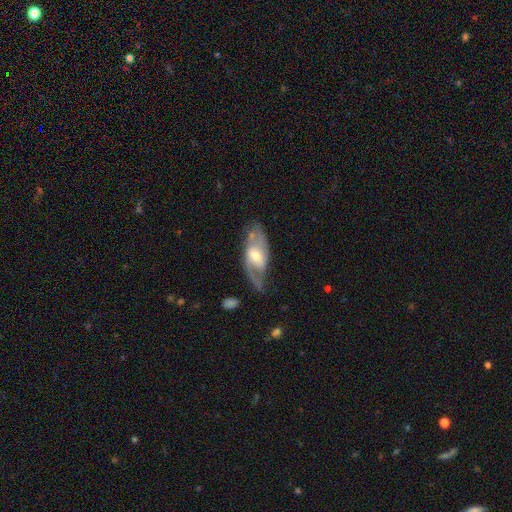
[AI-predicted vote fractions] Smooth or featured: featured or disk — 77% (smooth — 18%)
Edge-on disk: no — 90% (yes — 10%)
Bar: weak — 48% (no — 31%)
Spiral arms: yes — 86% (no — 14%)
Spiral winding: medium — 48% (loose — 31%)
Spiral arm count: 2 — 81% (can't tell — 10%)
Bulge size: moderate — 58% (small — 33%)
Merging: none — 67% (minor disturbance — 20%)